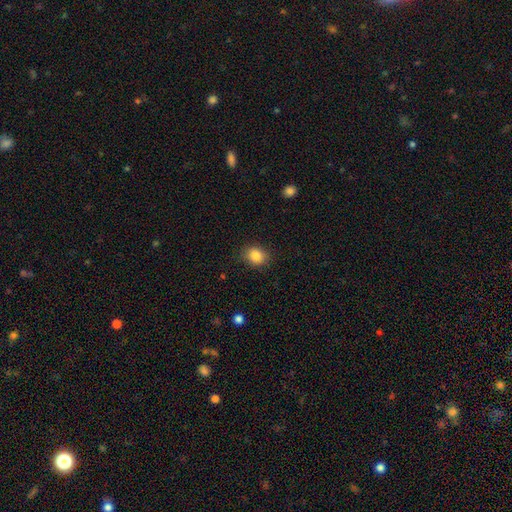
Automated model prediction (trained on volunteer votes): Smooth or featured? Predicted: smooth (p=0.86). How rounded? Predicted: round (p=0.56). Merging? Predicted: none (p=0.84).